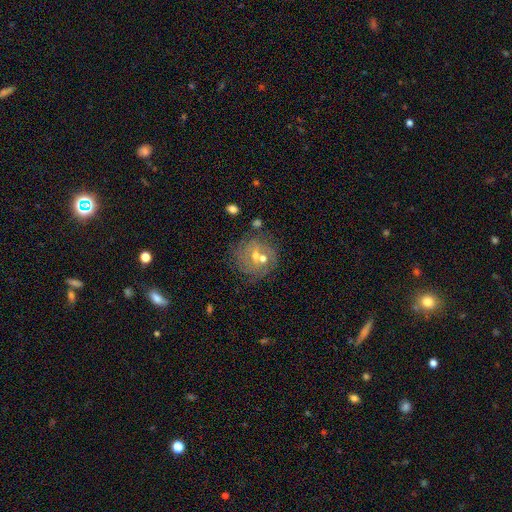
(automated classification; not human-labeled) A featured or disk galaxy (54%) with no bar (55%), spiral arms (75%) and a moderate central bulge (48%).

Vote fractions:
- Smooth or featured? featured or disk: 54% / smooth: 28% / star or artifact: 18%
- Edge-on disk? no: 96% / yes: 4%
- Bar? no: 55% / weak: 36% / strong: 9%
- Spiral arms? yes: 75% / no: 25%
- Bulge size? moderate: 48% / small: 44% / none: 4% / large: 3% / dominant: 1%
- Merging? none: 72% / minor disturbance: 13% / merger: 9% / major disturbance: 6%